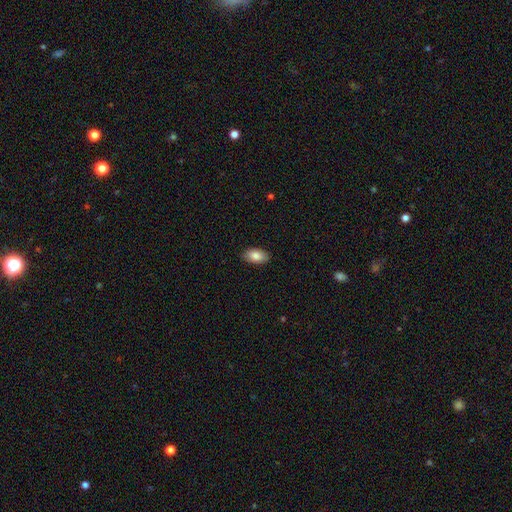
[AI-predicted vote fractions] A smooth galaxy with no disk features (86%) that is in between round and cigar-shaped (94%).

Vote fractions:
- Smooth or featured? smooth: 86% / featured or disk: 8% / star or artifact: 7%
- How rounded? in between: 94% / round: 4% / cigar-shaped: 2%
- Merging? none: 88% / minor disturbance: 9% / major disturbance: 2% / merger: 1%